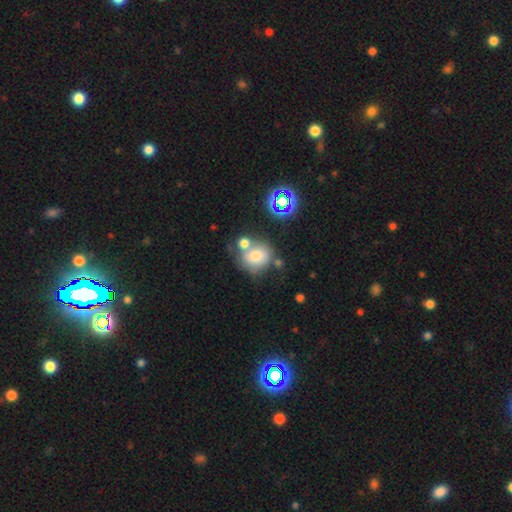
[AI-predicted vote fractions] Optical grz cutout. It shows a smooth galaxy with no disk features (67%) that is round (78%). Merging: none (45%).